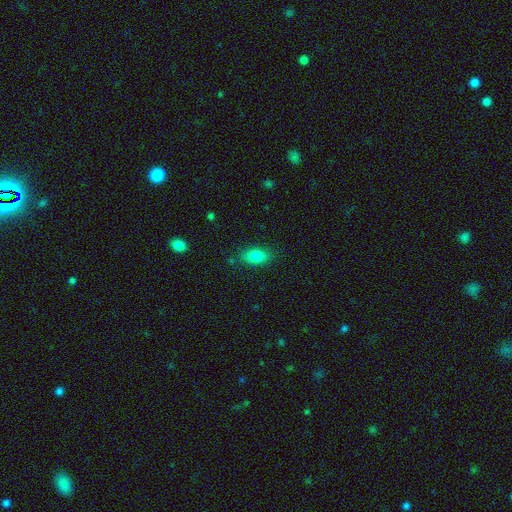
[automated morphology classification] smooth 83%, star or artifact 9%, featured or disk 8%. Down the decision tree: how rounded — in between (86%); merging — none (82%).